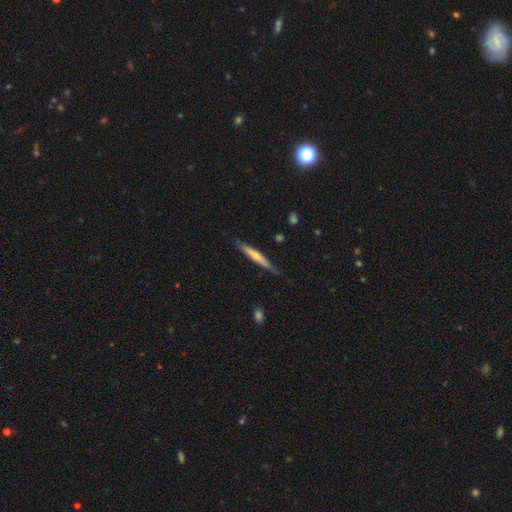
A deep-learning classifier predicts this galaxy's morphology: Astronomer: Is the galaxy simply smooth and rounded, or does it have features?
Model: smooth — 55% (runner-up: featured or disk, 40%).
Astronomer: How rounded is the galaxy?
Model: cigar-shaped — 94%.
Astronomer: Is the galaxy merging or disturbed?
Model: none — 80%.